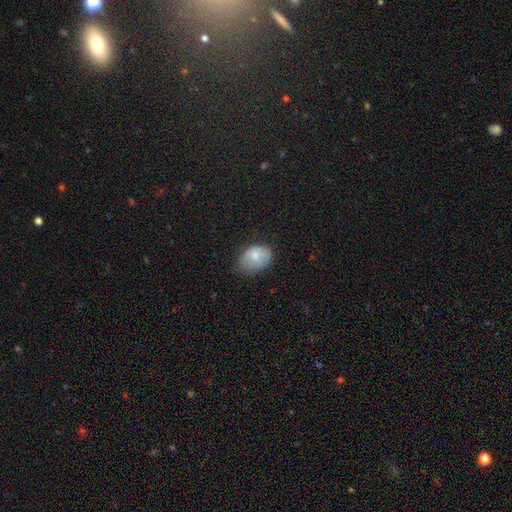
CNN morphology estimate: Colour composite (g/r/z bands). It shows a smooth galaxy with no disk features (76%) that is in between round and cigar-shaped (79%). Merging: none (56%).